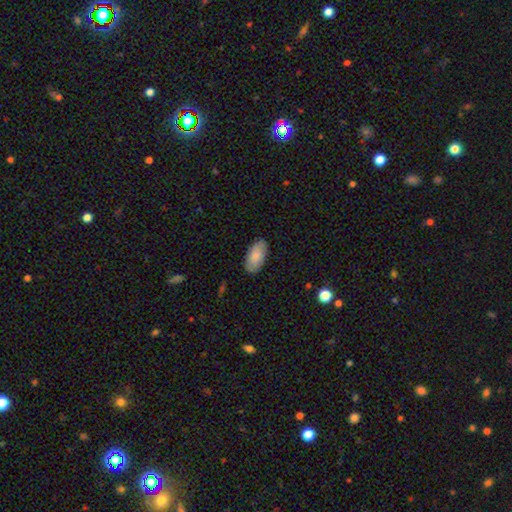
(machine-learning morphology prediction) Smooth or featured? Predicted: smooth (p=0.85). How rounded? Predicted: in between (p=0.95). Merging? Predicted: none (p=0.86).